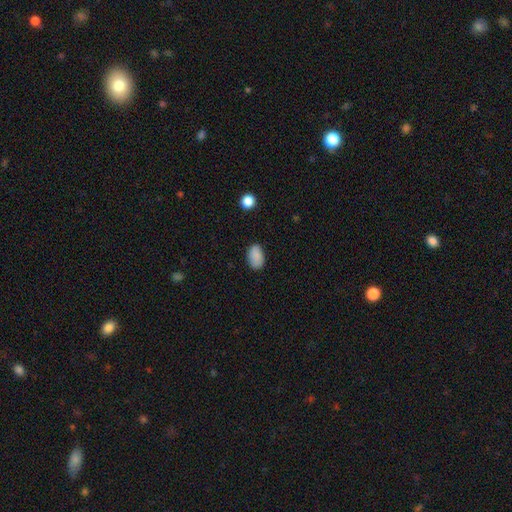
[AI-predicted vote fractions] The model was most divided on "merging": none: 81%, minor disturbance: 14%, major disturbance: 3%, merger: 1%. More confident: how rounded — in between (88%); smooth or featured — smooth (87%).